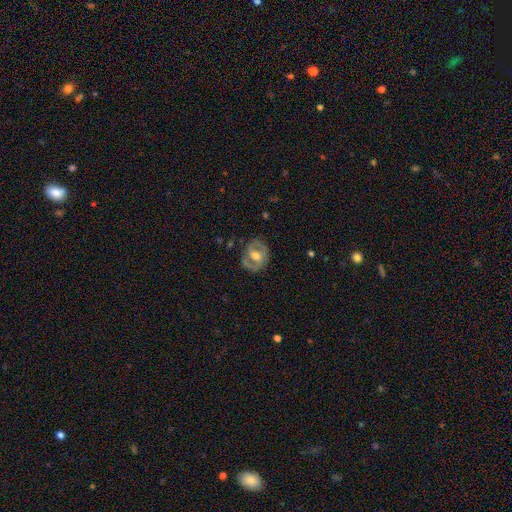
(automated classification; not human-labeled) Q: Smooth or featured?
A: featured or disk (70%); runner-up: smooth (24%)
Q: Edge-on disk?
A: no (96%); runner-up: yes (4%)
Q: Bar?
A: weak (42%); runner-up: no (36%)
Q: Spiral arms?
A: yes (68%); runner-up: no (32%)
Q: Bulge size?
A: moderate (67%); runner-up: small (15%)
Q: Merging?
A: none (74%); runner-up: minor disturbance (17%)